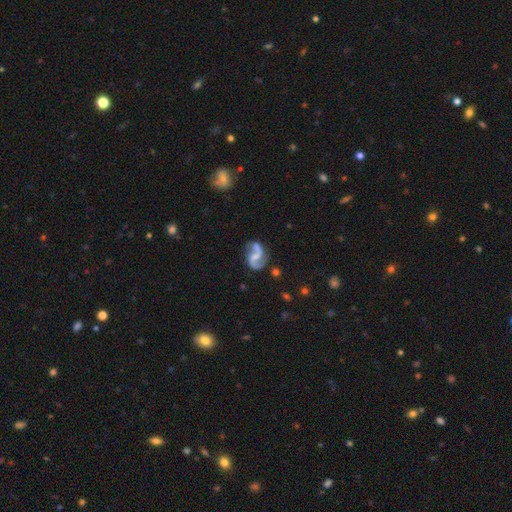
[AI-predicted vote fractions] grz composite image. It shows a featured or disk galaxy (90%) with a weak bar (44%), 2 (93%) medium (46%) spiral arms (97%) and a small central bulge (42%). Merging: none (72%).